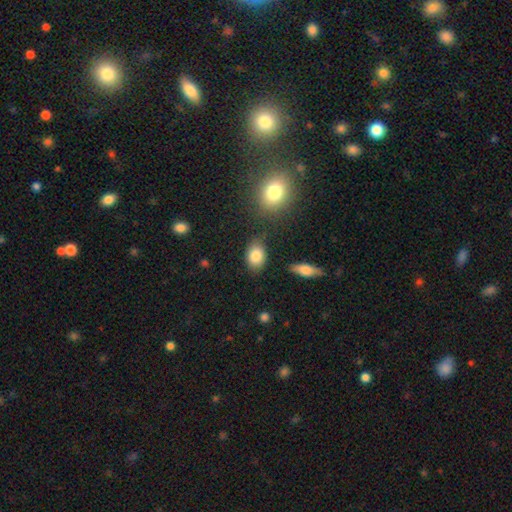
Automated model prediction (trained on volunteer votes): Smooth or featured?
  - smooth: 84% *
  - featured or disk: 8%
  - star or artifact: 8%
How rounded?
  - in between: 79% *
  - round: 20%
  - cigar-shaped: 2%
Merging?
  - none: 79% *
  - minor disturbance: 13%
  - merger: 4%
  - major disturbance: 3%